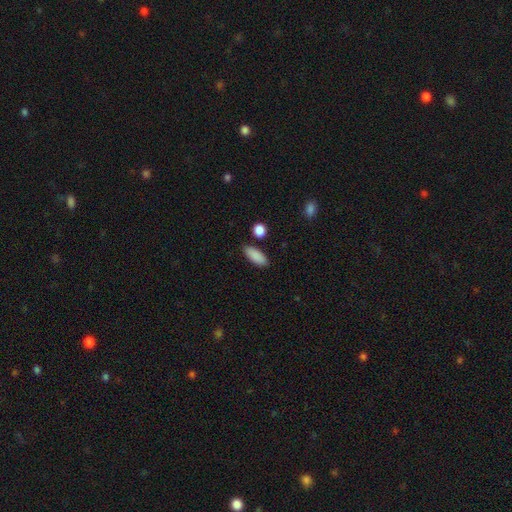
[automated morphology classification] Overall: smooth (89%). How rounded: in between (76%). Merging: none (84%).